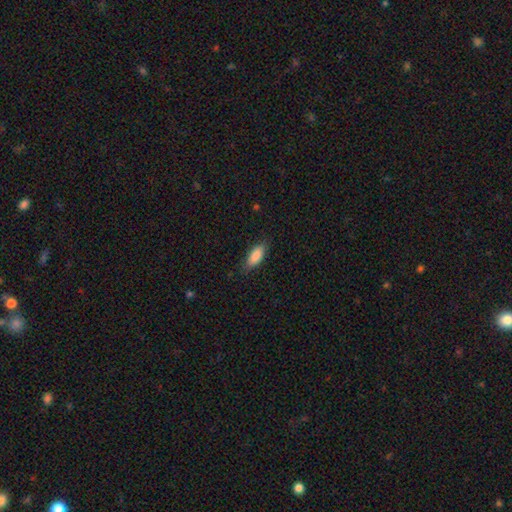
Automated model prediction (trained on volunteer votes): Overall: smooth (86%). How rounded: in between (78%). Merging: none (81%).